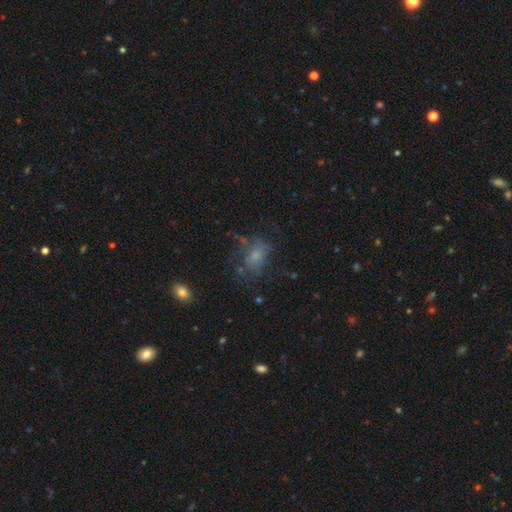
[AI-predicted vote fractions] Smooth or featured: smooth — 49% (featured or disk — 34%)
Merging: none — 47% (major disturbance — 26%)